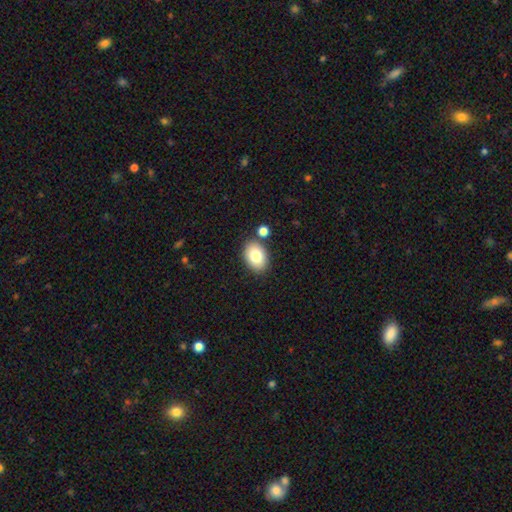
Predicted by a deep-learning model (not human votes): This is clearly a smooth galaxy (80%). How rounded: clearly in between (81%). Merging: likely none (79%).